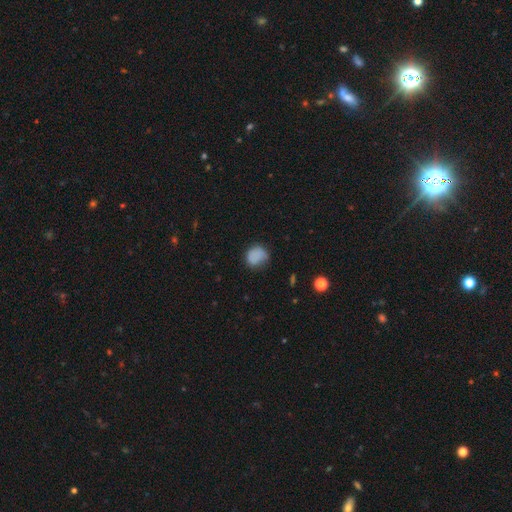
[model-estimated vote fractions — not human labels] Smooth or featured? smooth (81%)
How rounded? round (67%)
Merging? none (60%)